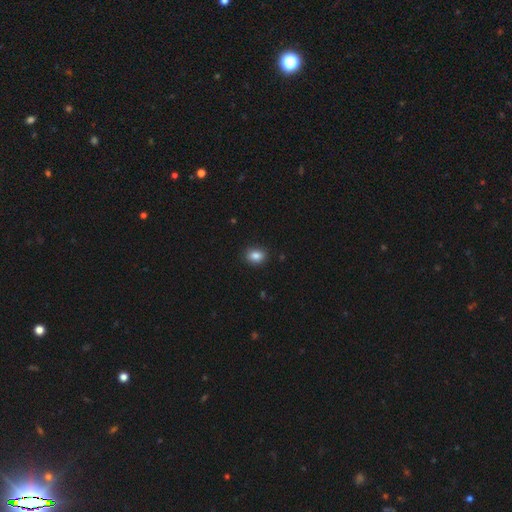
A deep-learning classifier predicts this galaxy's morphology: smooth_or_featured: smooth (p=0.85) [alt: star or artifact p=0.10]
how_rounded: in between (p=0.58) [alt: round p=0.40]
merging: none (p=0.88) [alt: minor disturbance p=0.09]